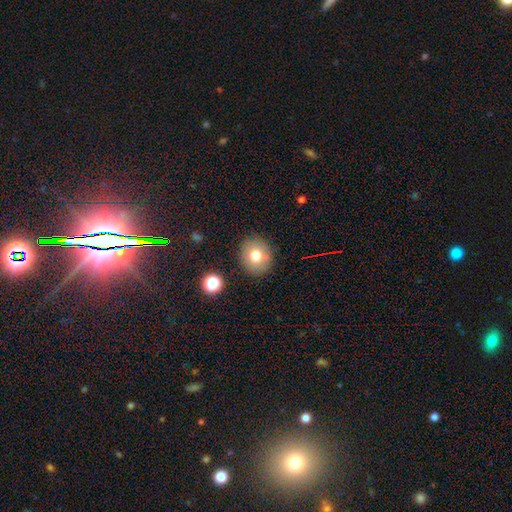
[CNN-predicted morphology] The model was most divided on "how rounded": round: 77%, in between: 22%, cigar-shaped: 1%. More confident: merging — none (86%); smooth or featured — smooth (77%).